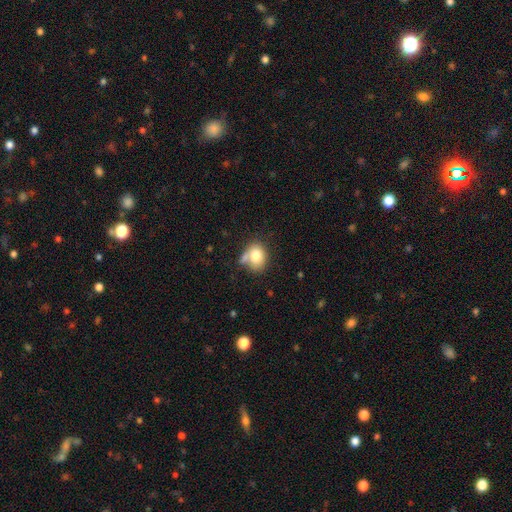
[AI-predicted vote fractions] smooth-or-featured: smooth: 77% | featured or disk: 13% | star or artifact: 9%
  how-rounded: round: 54% | in between: 45% | cigar-shaped: 1%
  merging: none: 51% | minor disturbance: 21% | merger: 20% | major disturbance: 8%